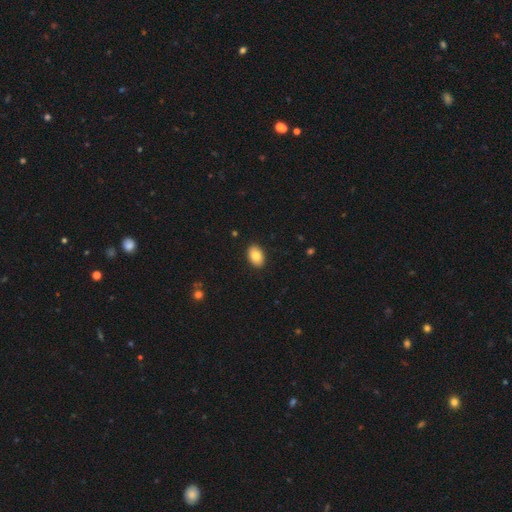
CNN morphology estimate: The model was most divided on "smooth or featured": smooth: 85%, featured or disk: 8%, star or artifact: 7%. More confident: merging — none (90%); how rounded — in between (89%).